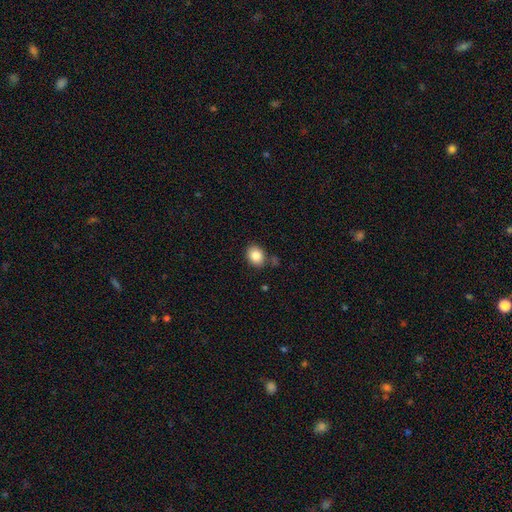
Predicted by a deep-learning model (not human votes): Q: Smooth or featured?
A: smooth (85%); runner-up: star or artifact (8%)
Q: How rounded?
A: in between (57%); runner-up: round (42%)
Q: Merging?
A: none (79%); runner-up: minor disturbance (12%)